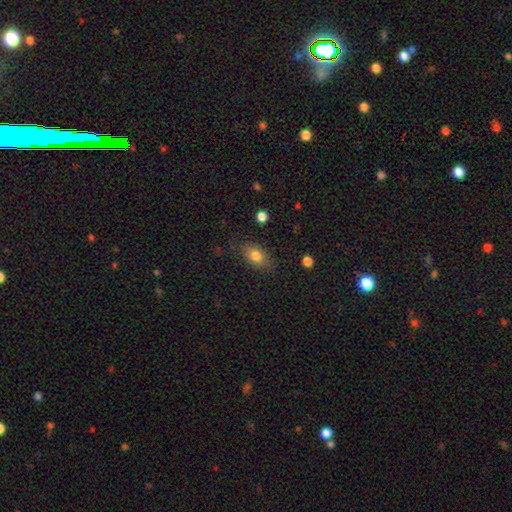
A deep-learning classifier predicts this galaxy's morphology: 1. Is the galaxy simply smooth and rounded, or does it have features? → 79% smooth, 12% featured or disk, 9% star or artifact.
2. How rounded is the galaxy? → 83% in between, 15% round, 2% cigar-shaped.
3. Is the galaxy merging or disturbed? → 78% none, 16% minor disturbance, 4% major disturbance, 1% merger.